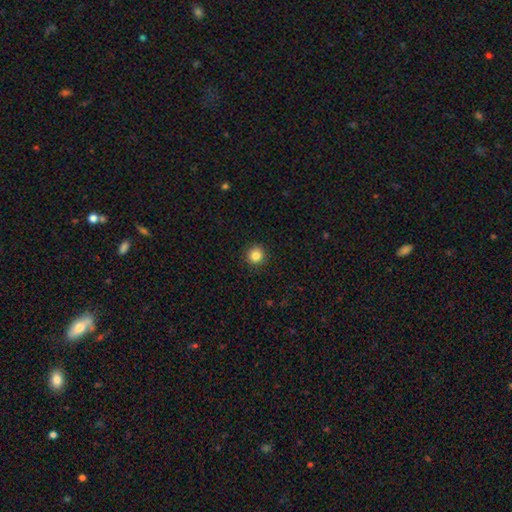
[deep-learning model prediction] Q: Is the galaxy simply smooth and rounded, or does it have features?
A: smooth — 84%.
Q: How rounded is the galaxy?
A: round — 93%.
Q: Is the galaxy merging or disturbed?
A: none — 92%.